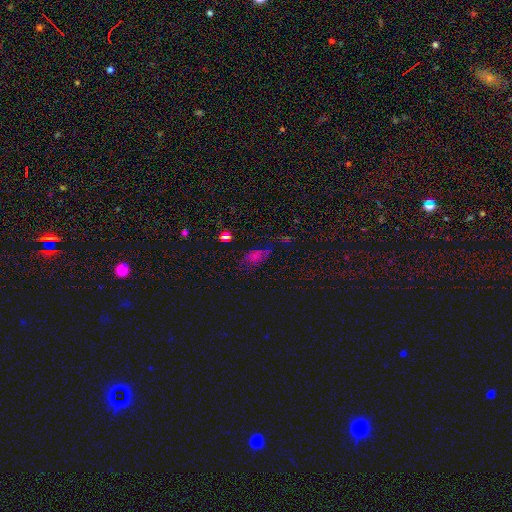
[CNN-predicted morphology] This appears to be a smooth galaxy with no disk features (50%). Merging: none (43%).